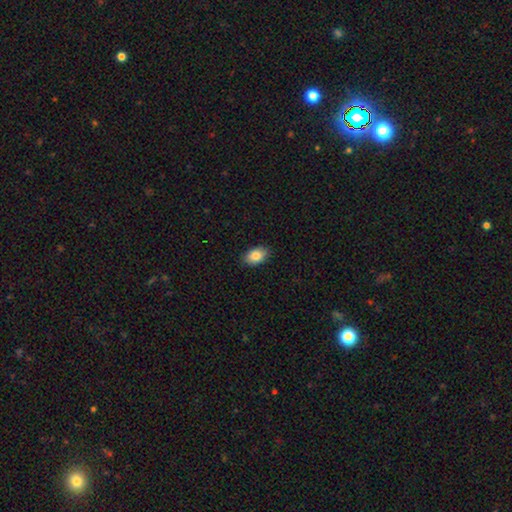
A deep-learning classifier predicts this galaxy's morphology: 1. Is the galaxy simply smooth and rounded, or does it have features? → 86% smooth, 7% star or artifact, 7% featured or disk.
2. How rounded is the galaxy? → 90% in between, 9% round, 1% cigar-shaped.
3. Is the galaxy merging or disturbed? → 88% none, 9% minor disturbance, 2% major disturbance, 1% merger.